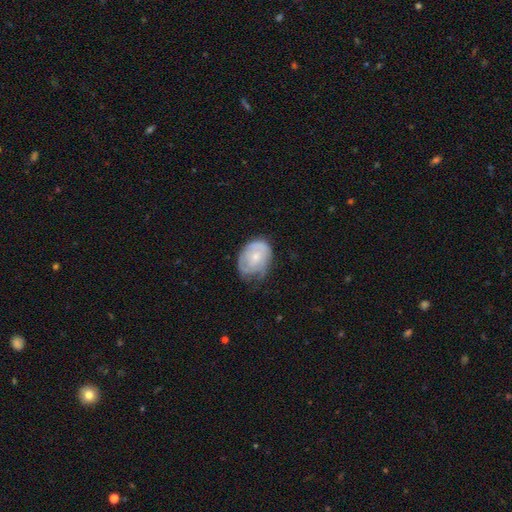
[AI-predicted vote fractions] Morphology: type=featured or disk (55%); edge-on=no (97%); bar=no (75%); spiral arms=yes (74%); bulge=small (59%); merging=none (47%).